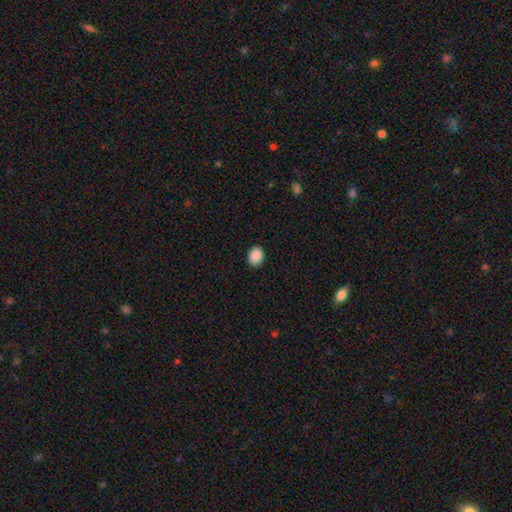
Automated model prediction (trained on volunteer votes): smooth 90%, star or artifact 8%, featured or disk 2%. Down the decision tree: how rounded — in between (56%); merging — none (89%).